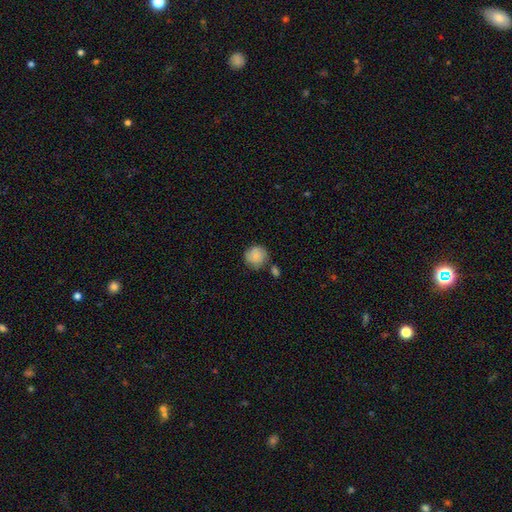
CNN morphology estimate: Q: Smooth or featured?
A: smooth (78%); runner-up: featured or disk (14%)
Q: How rounded?
A: round (89%); runner-up: in between (10%)
Q: Merging?
A: none (63%); runner-up: minor disturbance (19%)